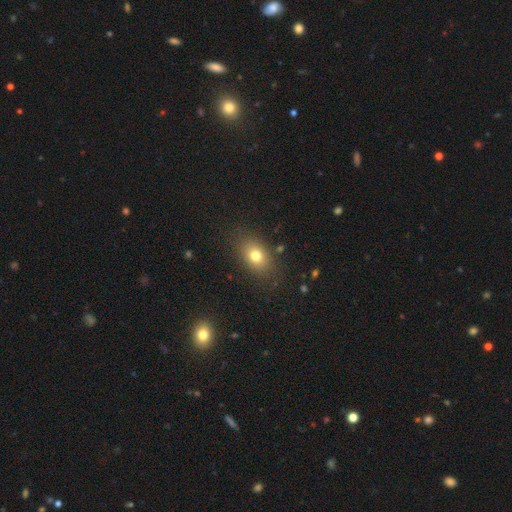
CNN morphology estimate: smooth_or_featured: smooth (p=0.76) [alt: featured or disk p=0.12]
how_rounded: in between (p=0.73) [alt: round p=0.25]
merging: none (p=0.82) [alt: minor disturbance p=0.12]